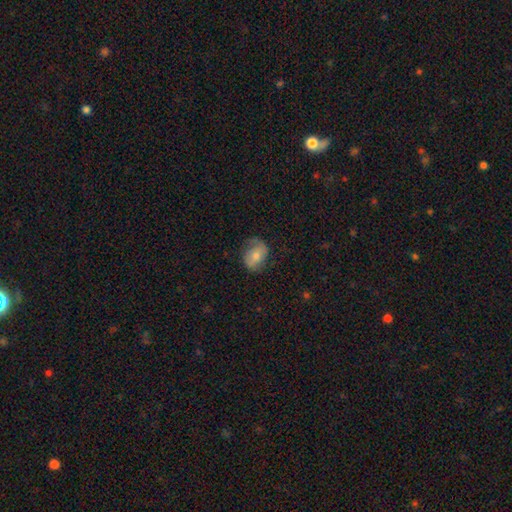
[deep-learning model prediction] Smooth or featured? Predicted: smooth (p=0.57). How rounded? Predicted: in between (p=0.64). Merging? Predicted: none (p=0.59).